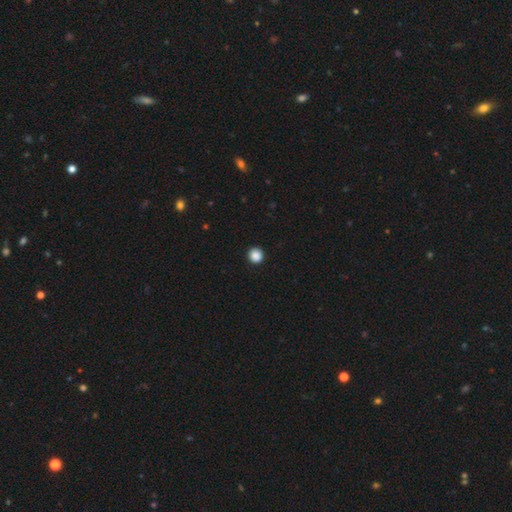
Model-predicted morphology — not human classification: smooth_or_featured: smooth (p=0.88) [alt: star or artifact p=0.10]
how_rounded: round (p=0.94) [alt: in between p=0.05]
merging: none (p=0.93) [alt: minor disturbance p=0.04]